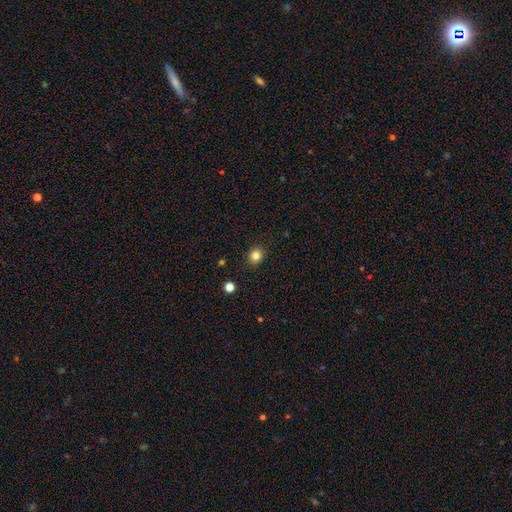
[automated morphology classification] Overall: smooth (83%). How rounded: round (76%). Merging: none (90%).